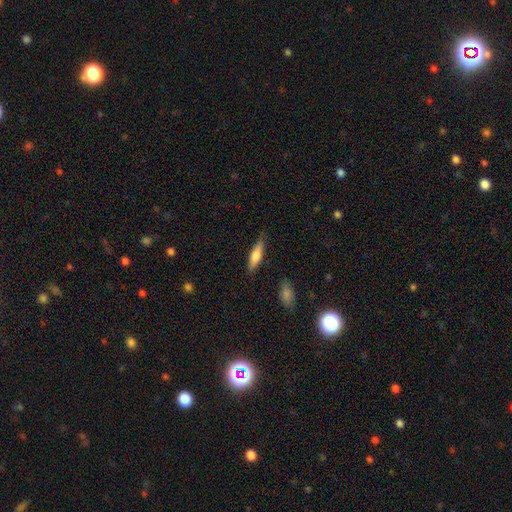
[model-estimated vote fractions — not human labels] Smooth or featured? smooth (67%)
How rounded? cigar-shaped (66%)
Merging? none (82%)